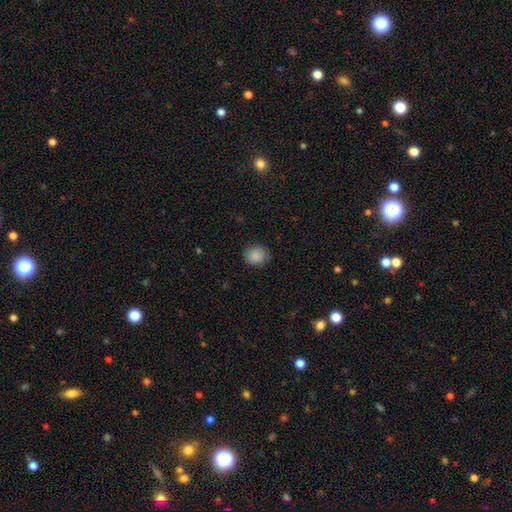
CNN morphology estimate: smooth 88%, star or artifact 9%, featured or disk 3%. Down the decision tree: how rounded — round (76%); merging — none (85%).